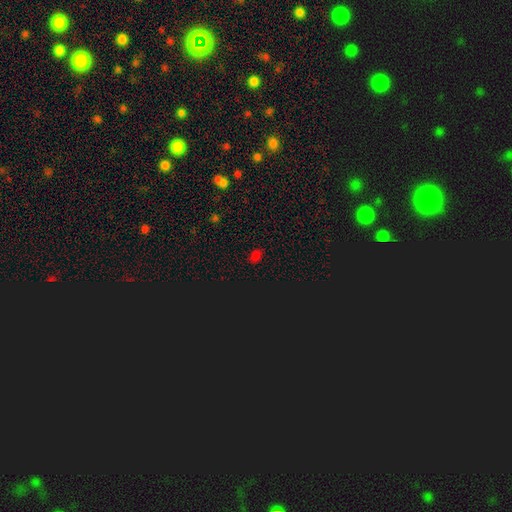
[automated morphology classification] A smooth galaxy with no disk features (62%) that is in between round and cigar-shaped (68%). Merging: none (84%).